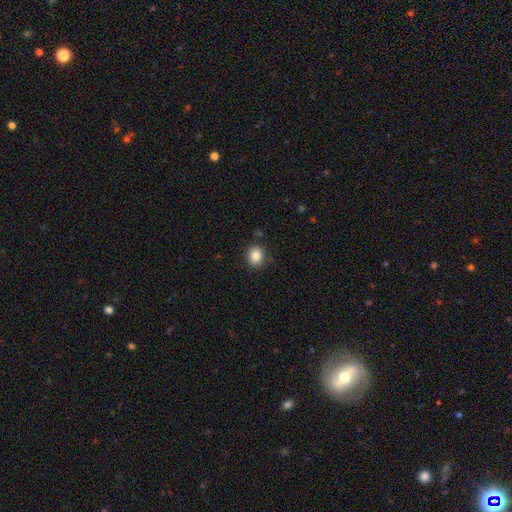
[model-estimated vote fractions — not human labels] smooth-or-featured: smooth: 85% | star or artifact: 10% | featured or disk: 5%
  how-rounded: round: 74% | in between: 25% | cigar-shaped: 1%
  merging: none: 87% | minor disturbance: 9% | major disturbance: 2% | merger: 2%